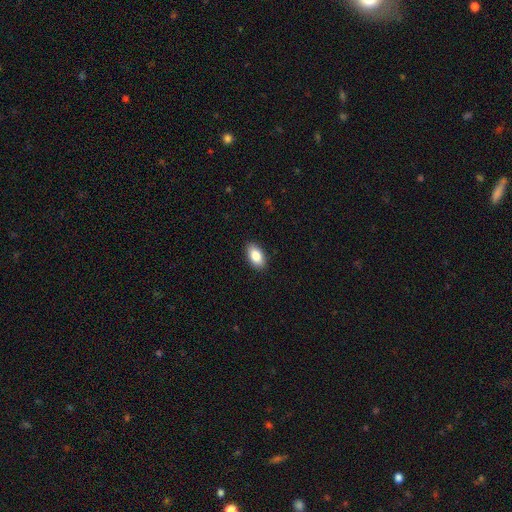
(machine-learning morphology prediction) Q: Smooth or featured?
A: smooth (86%); runner-up: star or artifact (7%)
Q: How rounded?
A: in between (93%); runner-up: round (4%)
Q: Merging?
A: none (89%); runner-up: minor disturbance (8%)